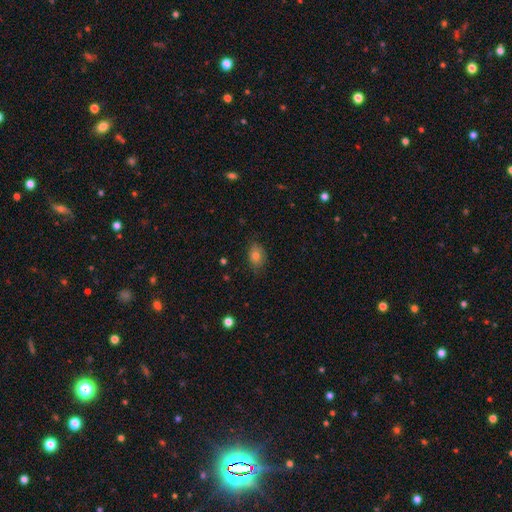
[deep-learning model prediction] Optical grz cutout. It shows a smooth galaxy with no disk features (76%) that is in between round and cigar-shaped (76%). Merging: none (77%).